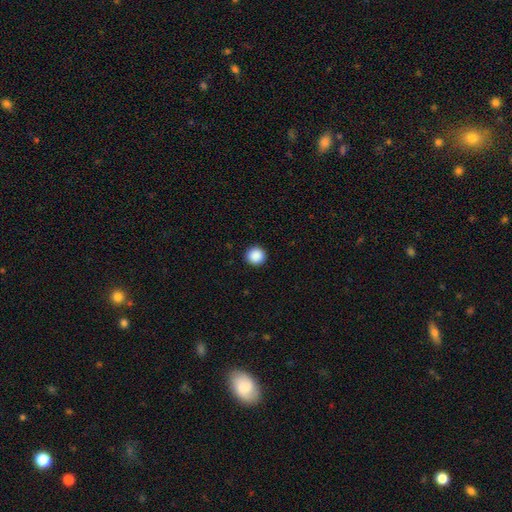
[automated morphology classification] The model was most divided on "smooth or featured": smooth: 89%, star or artifact: 9%, featured or disk: 2%. More confident: how rounded — round (95%); merging — none (93%).